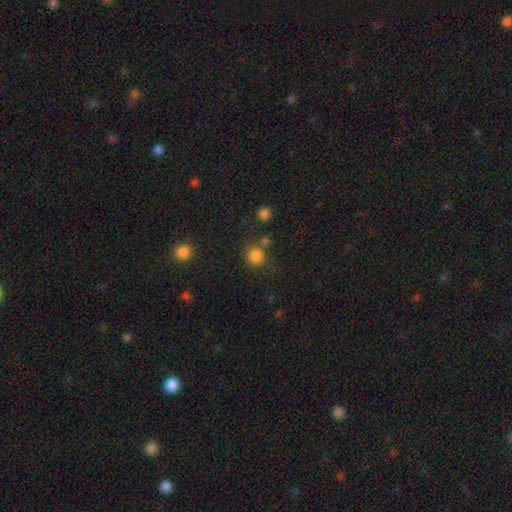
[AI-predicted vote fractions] smooth-or-featured: smooth: 81% | star or artifact: 14% | featured or disk: 5%
  how-rounded: round: 89% | in between: 10% | cigar-shaped: 1%
  merging: none: 72% | merger: 14% | minor disturbance: 10% | major disturbance: 4%